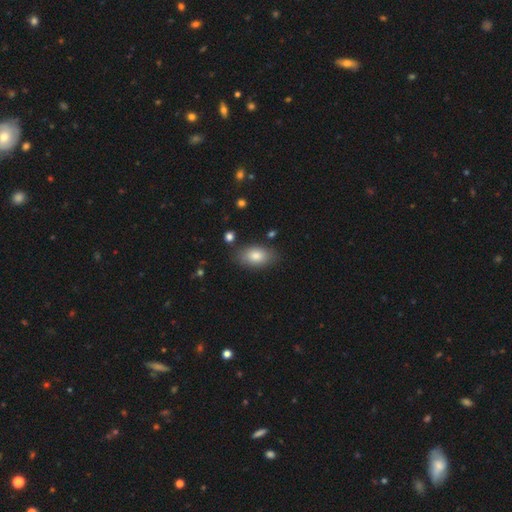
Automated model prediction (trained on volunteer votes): Overall: smooth (82%). How rounded: in between (90%). Merging: none (82%).